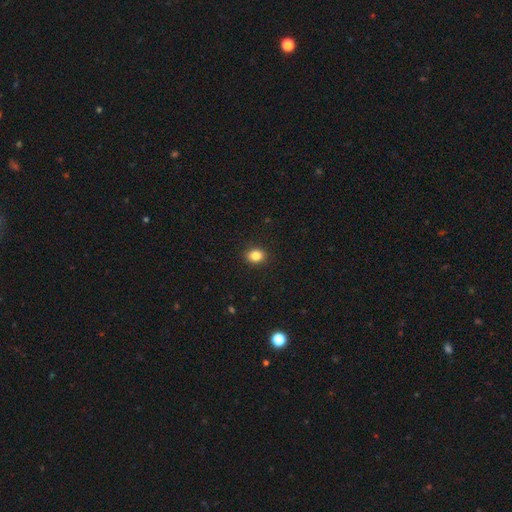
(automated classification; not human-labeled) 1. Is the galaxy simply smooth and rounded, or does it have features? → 85% smooth, 10% star or artifact, 5% featured or disk.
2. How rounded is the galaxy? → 55% round, 44% in between, 1% cigar-shaped.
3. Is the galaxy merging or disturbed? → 91% none, 6% minor disturbance, 2% major disturbance, 1% merger.